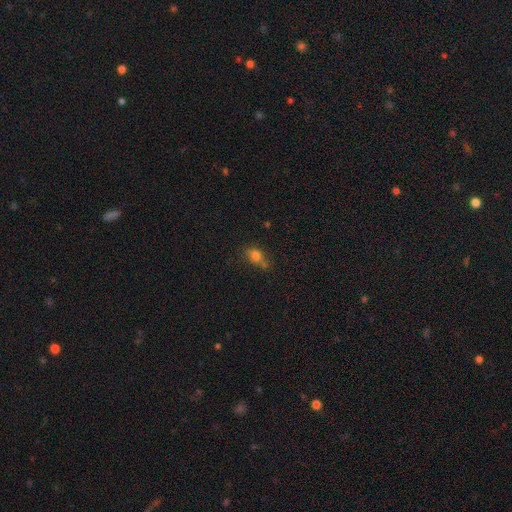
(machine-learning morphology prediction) The model was most divided on "how rounded": in between: 54%, round: 42%, cigar-shaped: 3%. Remaining: smooth or featured — smooth (76%); merging — none (47%).